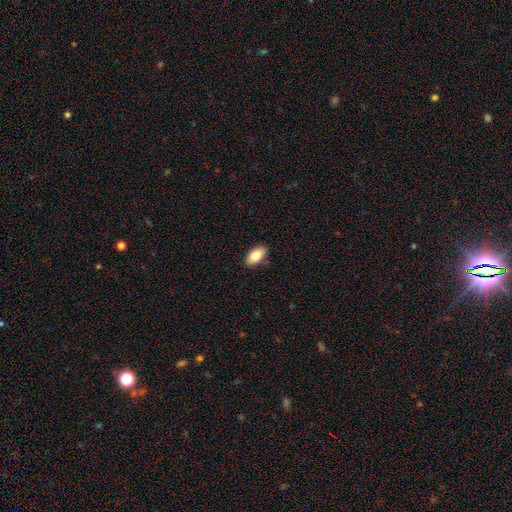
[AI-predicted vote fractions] A smooth galaxy with no disk features (83%) that is in between round and cigar-shaped (93%).

Vote fractions:
- Smooth or featured? smooth: 83% / featured or disk: 11% / star or artifact: 7%
- How rounded? in between: 93% / round: 4% / cigar-shaped: 3%
- Merging? none: 87% / minor disturbance: 9% / major disturbance: 2% / merger: 1%